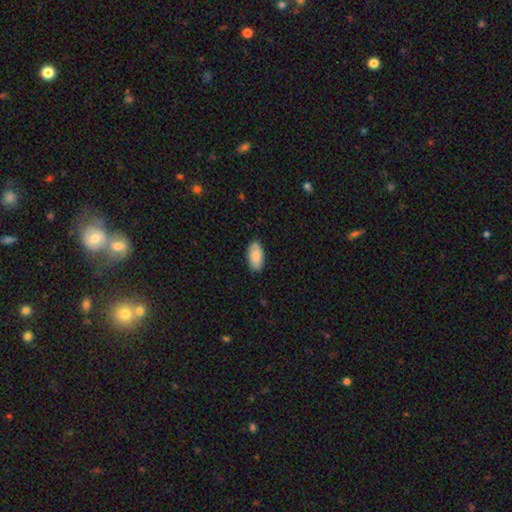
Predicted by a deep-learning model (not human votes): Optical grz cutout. It shows a smooth galaxy with no disk features (85%) that is in between round and cigar-shaped (94%). Merging: none (87%).